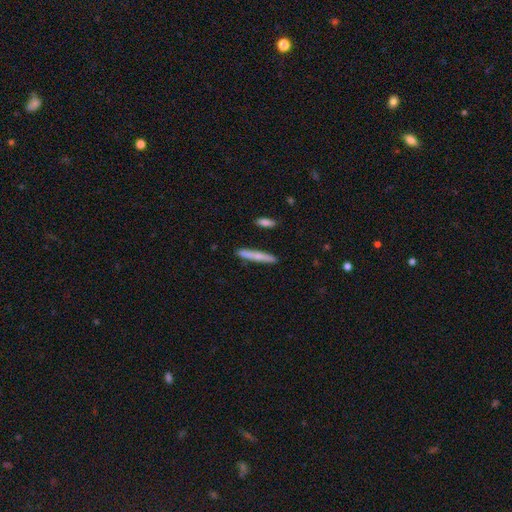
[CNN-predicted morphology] smooth_or_featured: smooth (p=0.63) [alt: featured or disk p=0.31]
how_rounded: cigar-shaped (p=0.95) [alt: in between p=0.04]
merging: none (p=0.88) [alt: minor disturbance p=0.08]